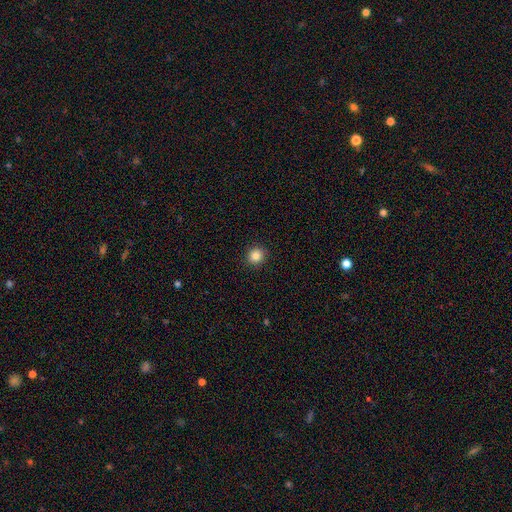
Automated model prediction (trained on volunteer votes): Q: Smooth or featured?
A: smooth (85%); runner-up: star or artifact (11%)
Q: How rounded?
A: round (89%); runner-up: in between (10%)
Q: Merging?
A: none (92%); runner-up: minor disturbance (5%)